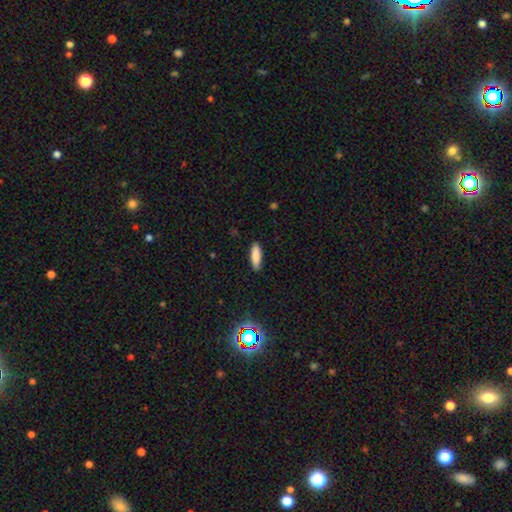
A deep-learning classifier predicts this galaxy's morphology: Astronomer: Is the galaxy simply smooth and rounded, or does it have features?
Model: smooth — 86%.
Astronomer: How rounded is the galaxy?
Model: cigar-shaped — 52% (runner-up: in between, 46%).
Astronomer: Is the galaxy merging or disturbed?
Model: none — 88%.